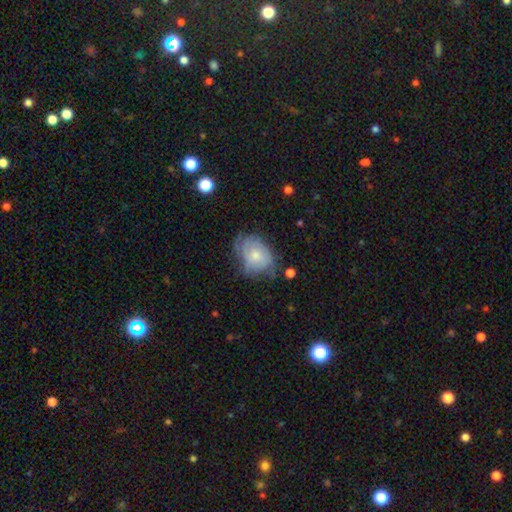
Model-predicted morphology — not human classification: This is possibly a featured or disk galaxy (48%). Merging: possibly none (46%).